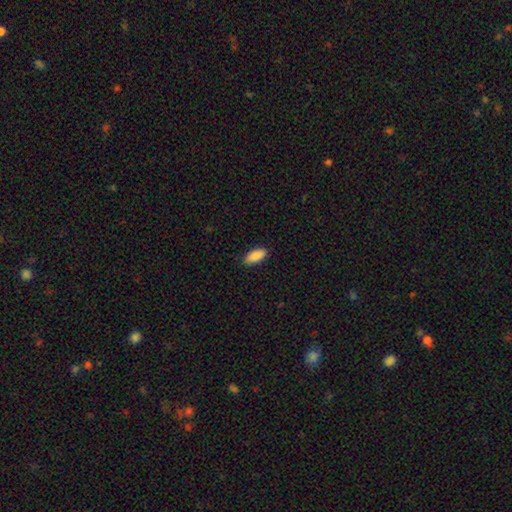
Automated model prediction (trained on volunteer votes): This appears to be a smooth galaxy with no disk features (90%) that is in between round and cigar-shaped (83%). Merging: none (88%).